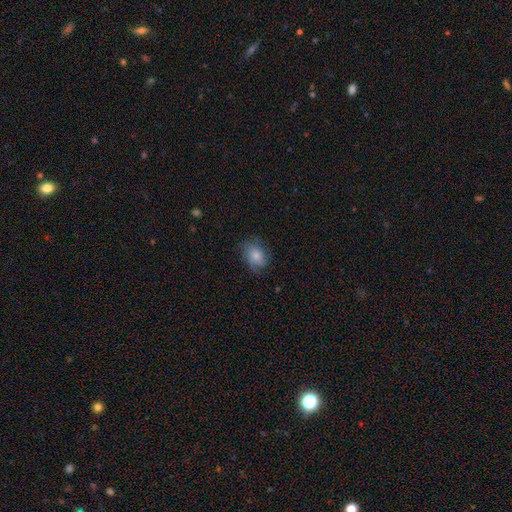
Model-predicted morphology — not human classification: This appears to be a smooth galaxy with no disk features (68%) that is in between round and cigar-shaped (70%). Merging: none (66%).